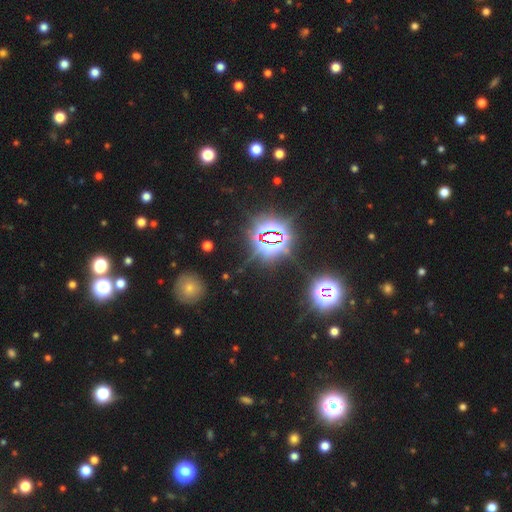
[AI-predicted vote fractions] Q: Smooth or featured?
A: star or artifact (78%); runner-up: smooth (15%)